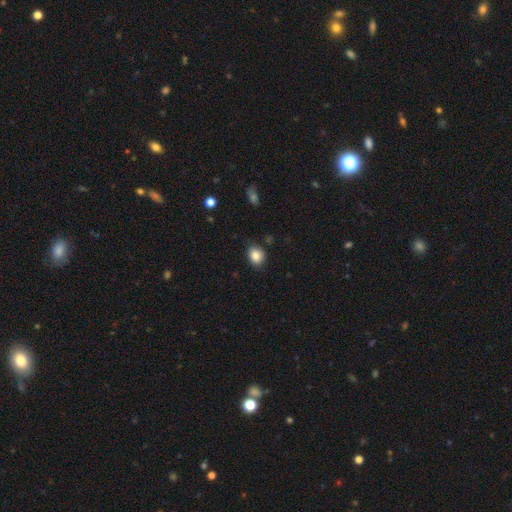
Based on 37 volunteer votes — Volunteers were most divided on "how rounded": in between: 59%, round: 41%, cigar-shaped: 0%. More confident: smooth or featured — smooth (92%); merging — none (77%).